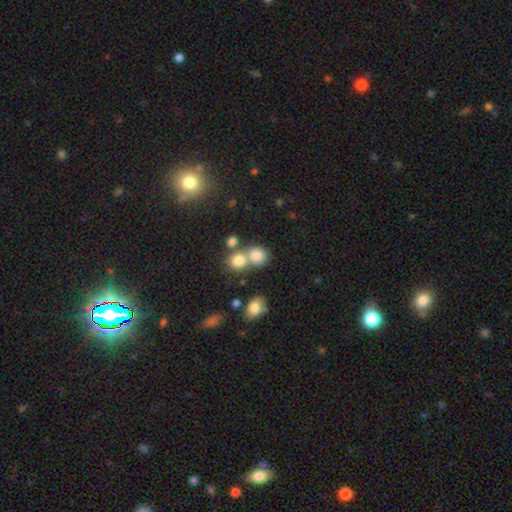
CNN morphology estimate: smooth_or_featured: smooth (p=0.80) [alt: star or artifact p=0.12]
how_rounded: round (p=0.76) [alt: in between p=0.23]
merging: merger (p=0.45) [alt: none p=0.43]